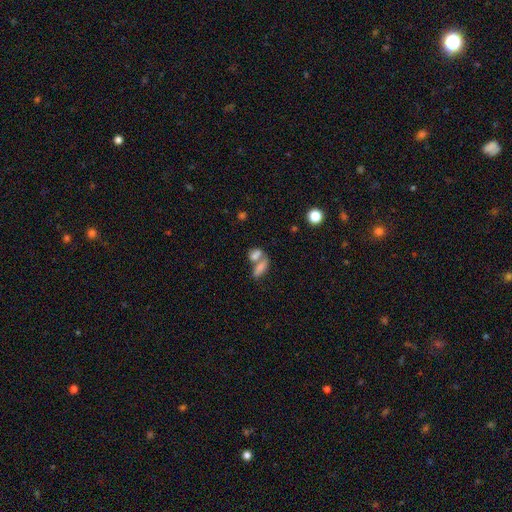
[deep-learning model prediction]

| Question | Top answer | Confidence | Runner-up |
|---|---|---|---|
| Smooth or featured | smooth | 74% | featured or disk (16%) |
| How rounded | in between | 78% | round (11%) |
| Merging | merger | 64% | none (24%) |